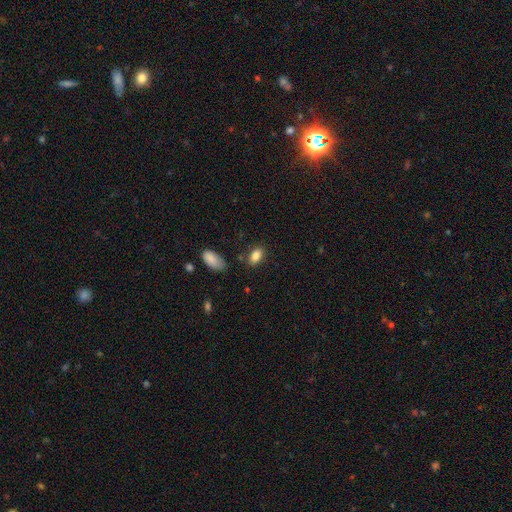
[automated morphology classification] This is clearly a smooth galaxy (85%). How rounded: clearly in between (88%). Merging: clearly none (80%).